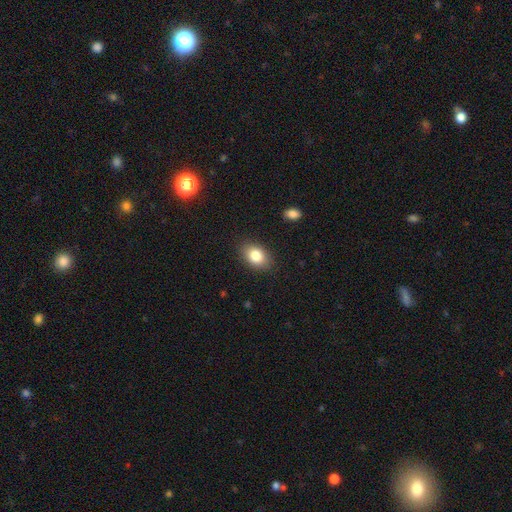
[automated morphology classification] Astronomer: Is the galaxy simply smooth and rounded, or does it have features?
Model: smooth — 83%.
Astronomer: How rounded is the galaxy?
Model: in between — 83%.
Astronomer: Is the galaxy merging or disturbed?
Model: none — 86%.